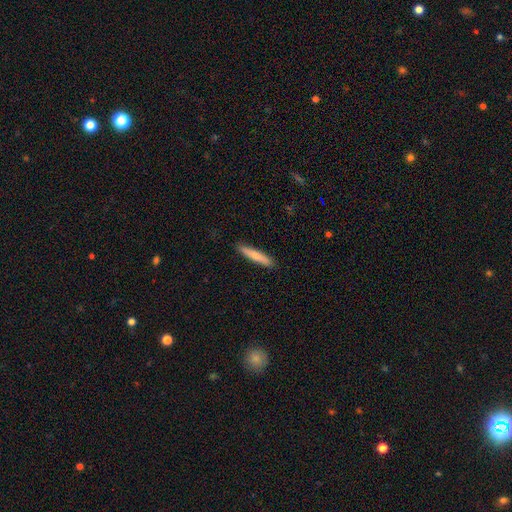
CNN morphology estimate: Smooth or featured? smooth (74%)
How rounded? cigar-shaped (92%)
Merging? none (90%)